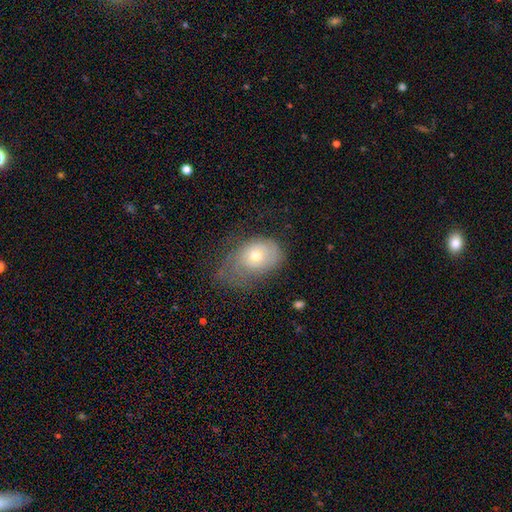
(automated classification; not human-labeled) The model was most divided on "smooth or featured": smooth: 47%, featured or disk: 44%, star or artifact: 9%. Remaining: merging — none (37%).